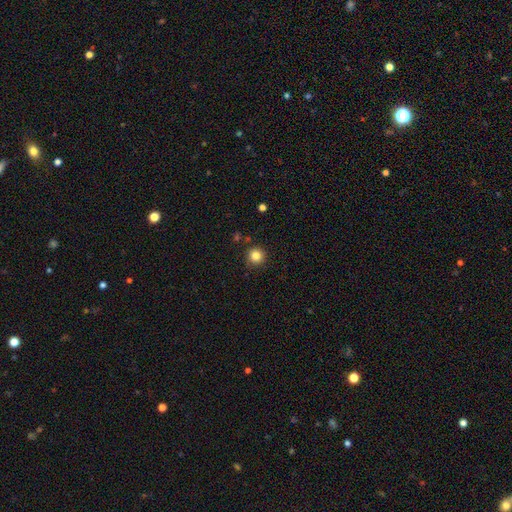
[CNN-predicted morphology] Overall: smooth (83%). How rounded: round (95%). Merging: none (89%).